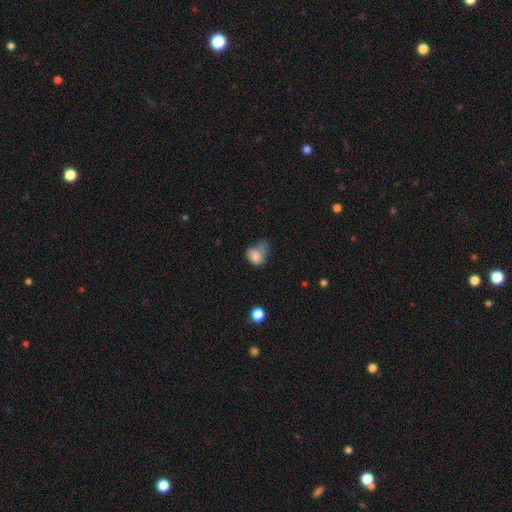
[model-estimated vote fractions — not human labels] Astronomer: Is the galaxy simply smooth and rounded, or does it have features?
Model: smooth — 78%.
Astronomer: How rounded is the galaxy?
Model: in between — 60% (runner-up: round, 39%).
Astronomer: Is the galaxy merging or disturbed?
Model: minor disturbance — 29% (runner-up: none, 26%).